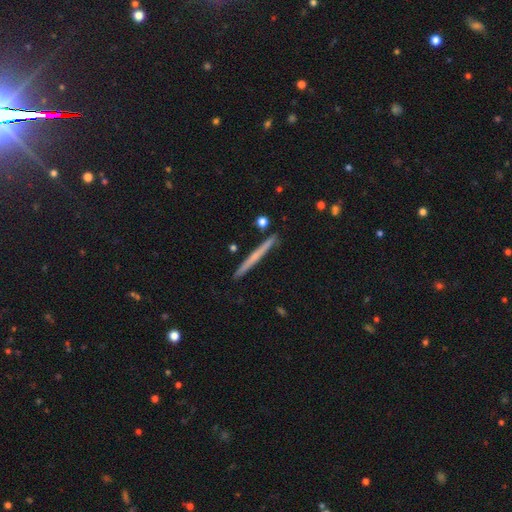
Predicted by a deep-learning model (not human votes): Smooth or featured? featured or disk (51%)
Edge-on disk? yes (98%)
Merging? none (91%)